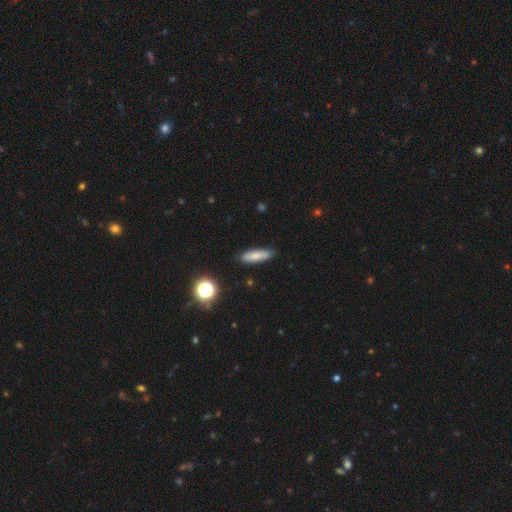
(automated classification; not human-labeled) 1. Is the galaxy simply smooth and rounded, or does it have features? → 73% smooth, 18% featured or disk, 9% star or artifact.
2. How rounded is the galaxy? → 55% cigar-shaped, 42% in between, 3% round.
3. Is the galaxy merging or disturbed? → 86% none, 11% minor disturbance, 2% major disturbance, 1% merger.